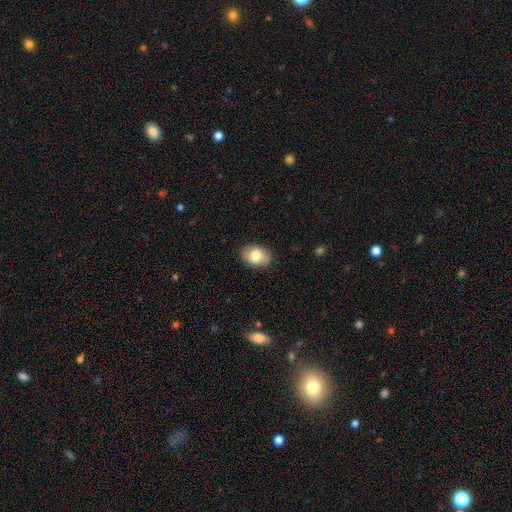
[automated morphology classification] Q: Smooth or featured?
A: smooth (77%); runner-up: featured or disk (16%)
Q: How rounded?
A: in between (80%); runner-up: round (18%)
Q: Merging?
A: none (86%); runner-up: minor disturbance (10%)